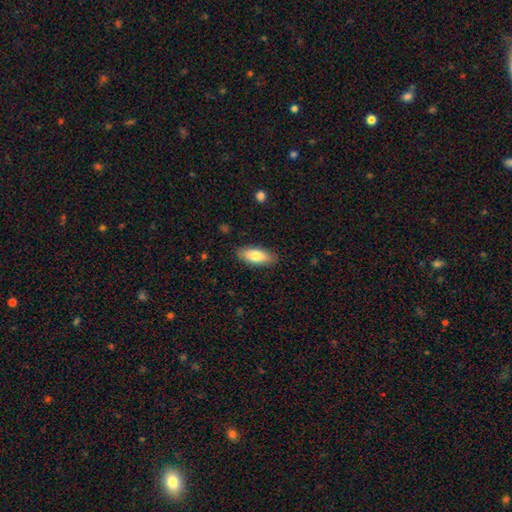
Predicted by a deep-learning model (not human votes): Smooth or featured? Predicted: smooth (p=0.78). How rounded? Predicted: in between (p=0.79). Merging? Predicted: none (p=0.87).